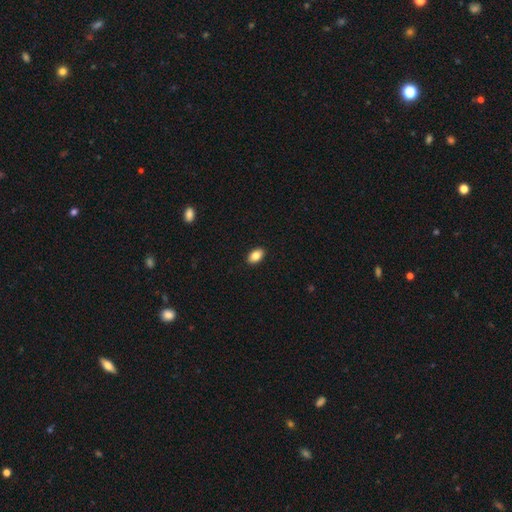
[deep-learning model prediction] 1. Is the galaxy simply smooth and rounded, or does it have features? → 84% smooth, 9% featured or disk, 8% star or artifact.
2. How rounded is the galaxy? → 91% in between, 8% round, 2% cigar-shaped.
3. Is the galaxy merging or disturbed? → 91% none, 7% minor disturbance, 2% major disturbance, 1% merger.